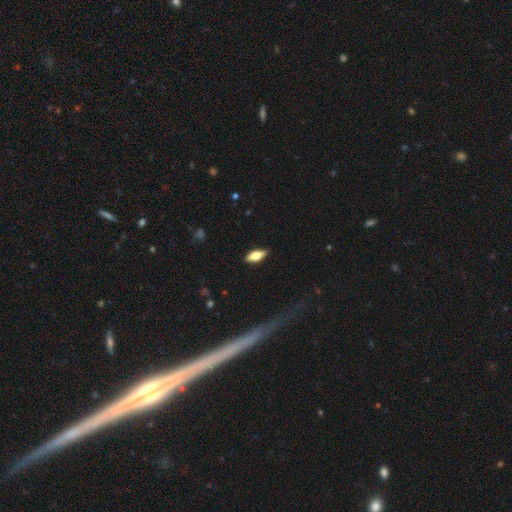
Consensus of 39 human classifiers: Q: Smooth or featured?
A: smooth (62%); runner-up: featured or disk (31%)
Q: How rounded?
A: in between (88%); runner-up: cigar-shaped (12%)
Q: Merging?
A: none (97%); runner-up: minor disturbance (3%)